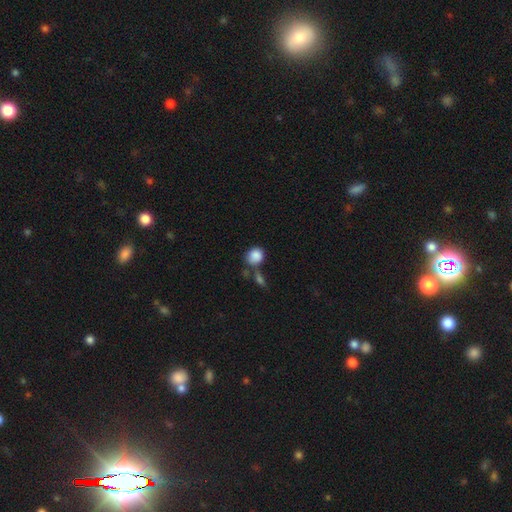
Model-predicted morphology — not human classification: Smooth or featured? Predicted: smooth (p=0.86). How rounded? Predicted: round (p=0.71). Merging? Predicted: none (p=0.52).